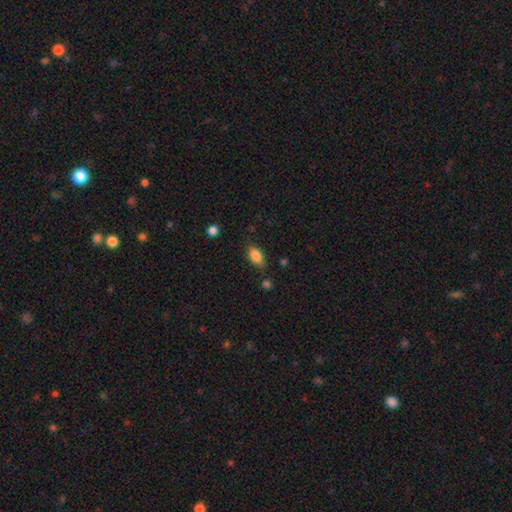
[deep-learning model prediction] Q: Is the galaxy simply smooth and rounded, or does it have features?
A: smooth — 84%.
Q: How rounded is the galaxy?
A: in between — 88%.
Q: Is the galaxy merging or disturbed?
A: none — 77%.